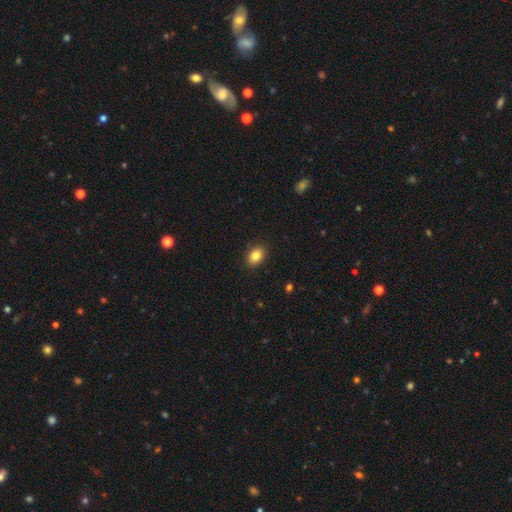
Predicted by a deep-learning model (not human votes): A smooth galaxy with no disk features (84%) that is in between round and cigar-shaped (70%). Merging: none (89%).